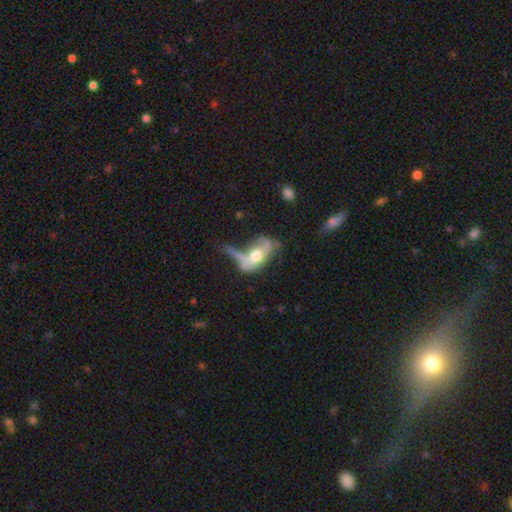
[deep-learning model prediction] A featured or disk galaxy (47%). Merging: major disturbance (37%).